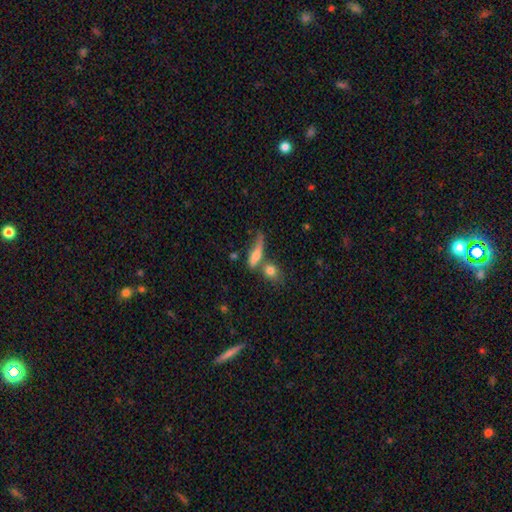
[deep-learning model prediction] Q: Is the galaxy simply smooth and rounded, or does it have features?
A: smooth — 67%.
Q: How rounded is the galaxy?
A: cigar-shaped — 61%.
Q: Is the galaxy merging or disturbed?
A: none — 37%.